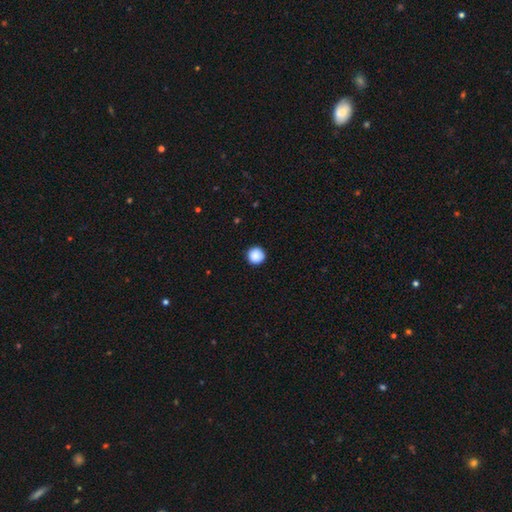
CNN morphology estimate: Q: Smooth or featured?
A: smooth (88%); runner-up: star or artifact (9%)
Q: How rounded?
A: round (96%); runner-up: in between (3%)
Q: Merging?
A: none (90%); runner-up: minor disturbance (7%)